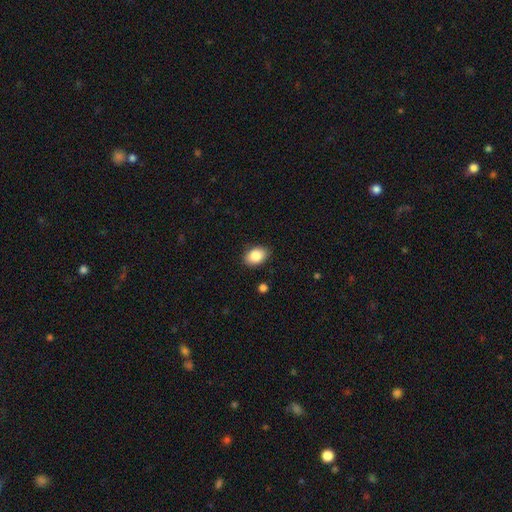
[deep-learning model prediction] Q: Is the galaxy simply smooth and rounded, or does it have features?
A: smooth — 87%.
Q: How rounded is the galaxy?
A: in between — 83%.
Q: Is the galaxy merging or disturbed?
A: none — 87%.